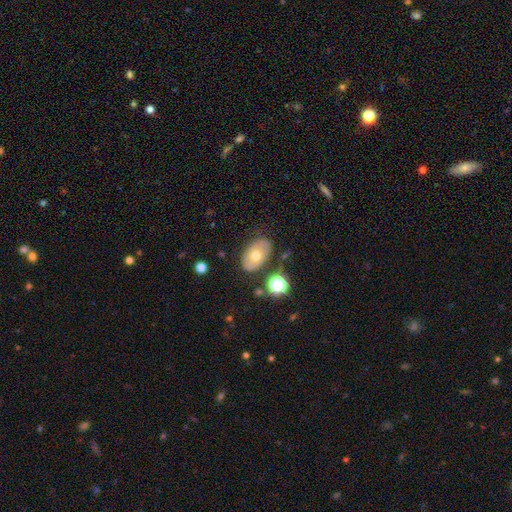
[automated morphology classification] smooth_or_featured: smooth (p=0.57) [alt: featured or disk p=0.34]
how_rounded: in between (p=0.88) [alt: round p=0.11]
merging: none (p=0.76) [alt: minor disturbance p=0.15]